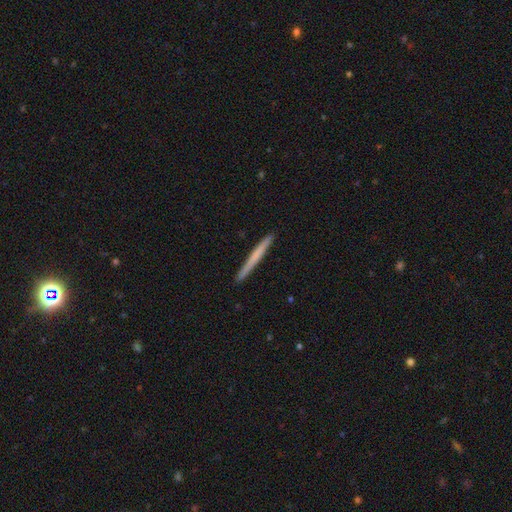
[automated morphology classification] smooth 56%, featured or disk 39%, star or artifact 5%. Down the decision tree: how rounded — cigar-shaped (97%); merging — none (93%).